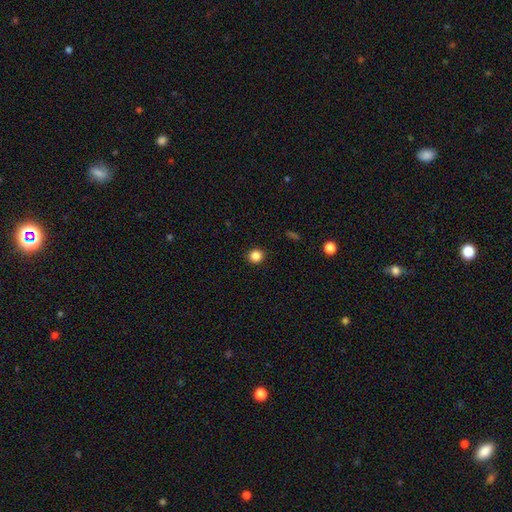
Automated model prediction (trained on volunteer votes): A smooth galaxy with no disk features (85%) that is round (93%). Merging: none (92%).